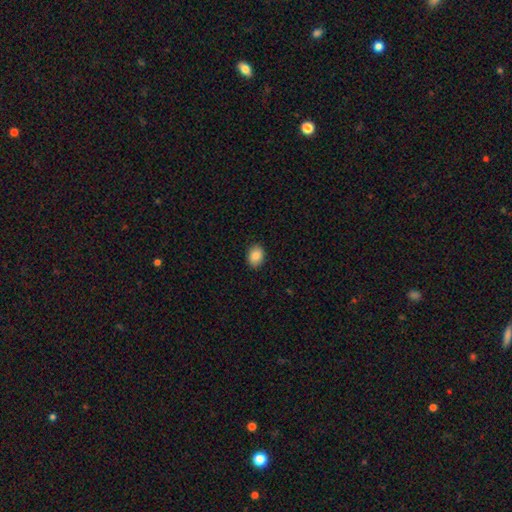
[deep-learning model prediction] Morphology: type=smooth (87%); roundness=in between (69%); merging=none (89%).